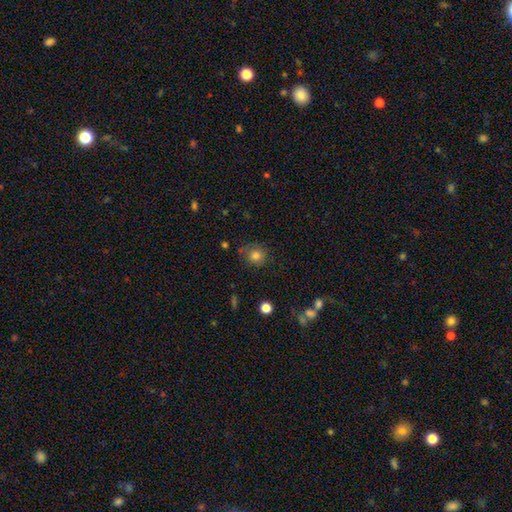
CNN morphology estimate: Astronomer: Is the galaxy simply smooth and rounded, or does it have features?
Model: smooth — 79%.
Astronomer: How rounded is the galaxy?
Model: round — 83%.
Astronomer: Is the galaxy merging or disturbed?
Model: none — 70%.